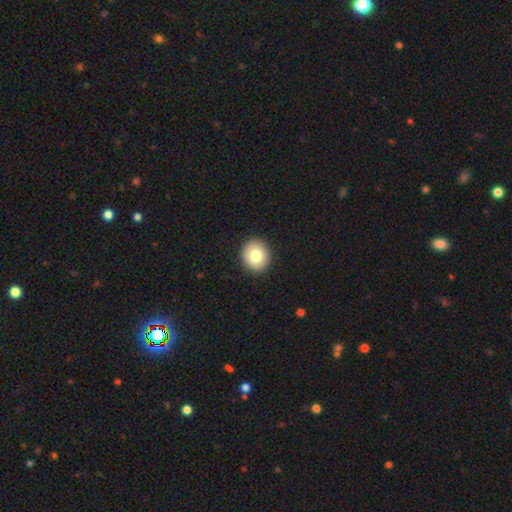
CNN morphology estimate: Smooth or featured?
  - smooth: 79% *
  - featured or disk: 12%
  - star or artifact: 9%
How rounded?
  - round: 81% *
  - in between: 18%
  - cigar-shaped: 1%
Merging?
  - none: 92% *
  - minor disturbance: 6%
  - major disturbance: 2%
  - merger: 1%